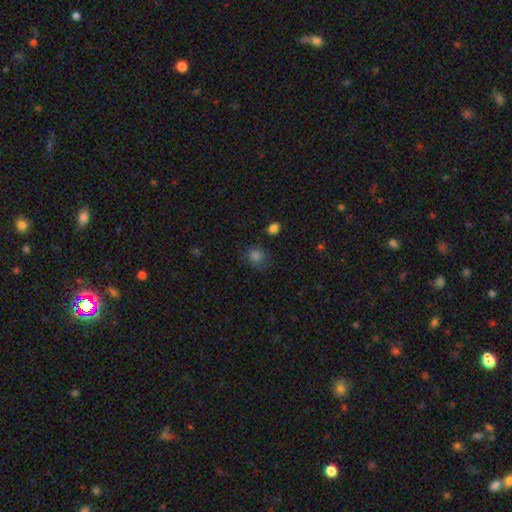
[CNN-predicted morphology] The model was most divided on "merging": none: 72%, minor disturbance: 19%, major disturbance: 7%, merger: 3%. More confident: how rounded — round (78%); smooth or featured — smooth (77%).